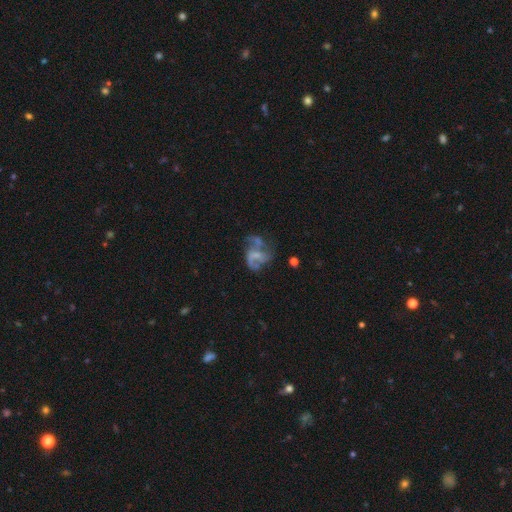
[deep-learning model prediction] Q: Smooth or featured?
A: featured or disk (63%); runner-up: smooth (25%)
Q: Edge-on disk?
A: no (98%); runner-up: yes (2%)
Q: Bar?
A: no (62%); runner-up: weak (31%)
Q: Spiral arms?
A: yes (59%); runner-up: no (41%)
Q: Bulge size?
A: small (36%); tied with: none (36%)
Q: Merging?
A: major disturbance (35%); runner-up: none (30%)